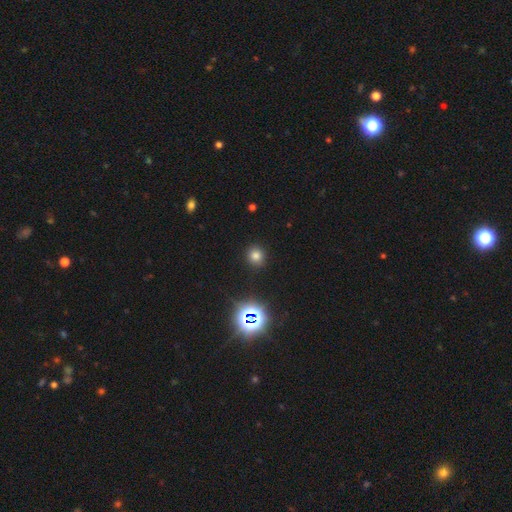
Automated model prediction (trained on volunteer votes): Q: Smooth or featured?
A: smooth (74%); runner-up: star or artifact (20%)
Q: How rounded?
A: round (88%); runner-up: in between (11%)
Q: Merging?
A: none (90%); runner-up: minor disturbance (6%)